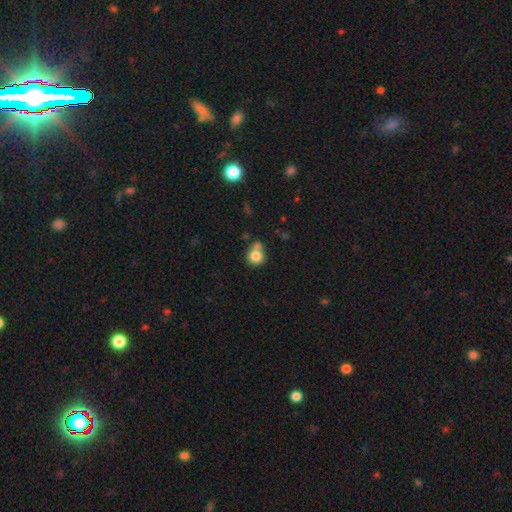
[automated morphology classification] Overall: smooth (80%). How rounded: round (85%). Merging: none (53%; merger 27%).